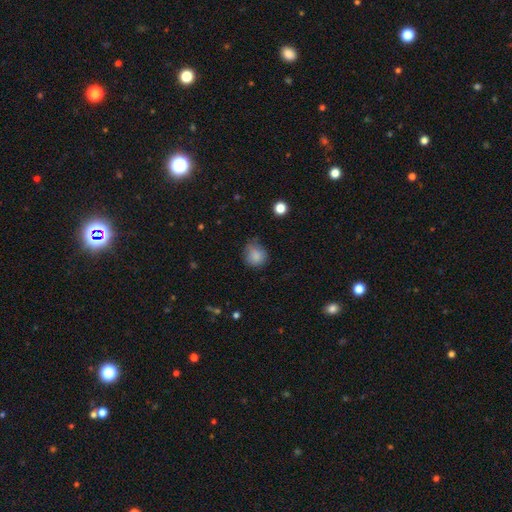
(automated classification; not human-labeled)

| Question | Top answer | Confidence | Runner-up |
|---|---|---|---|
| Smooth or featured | smooth | 84% | star or artifact (9%) |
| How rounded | round | 81% | in between (18%) |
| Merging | none | 60% | minor disturbance (30%) |